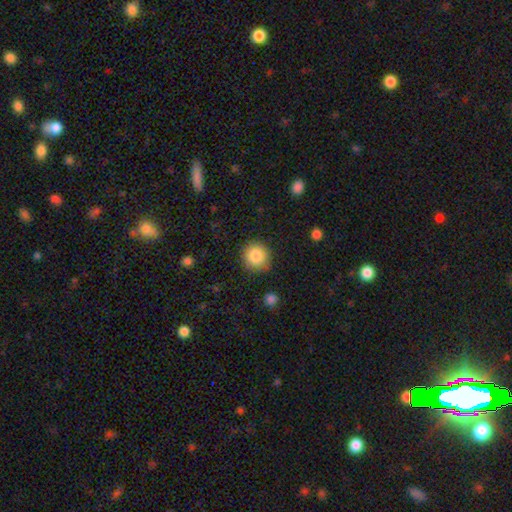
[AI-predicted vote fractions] Smooth or featured?
  - smooth: 86% *
  - star or artifact: 9%
  - featured or disk: 5%
How rounded?
  - round: 94% *
  - in between: 5%
  - cigar-shaped: 1%
Merging?
  - none: 88% *
  - minor disturbance: 8%
  - major disturbance: 3%
  - merger: 1%